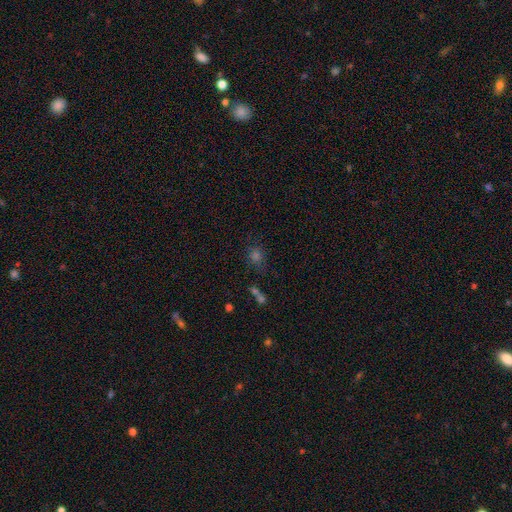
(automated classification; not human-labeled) Q: Smooth or featured?
A: smooth (59%); runner-up: star or artifact (32%)
Q: How rounded?
A: round (73%); runner-up: in between (25%)
Q: Merging?
A: none (74%); runner-up: minor disturbance (13%)